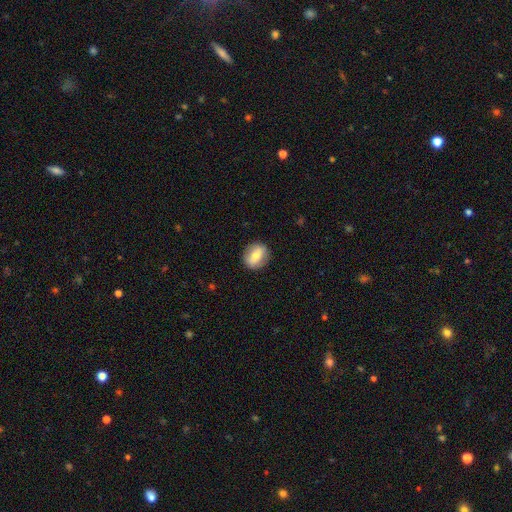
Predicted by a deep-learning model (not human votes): A smooth galaxy with no disk features (68%) that is round (57%).

Vote fractions:
- Smooth or featured? smooth: 68% / featured or disk: 24% / star or artifact: 7%
- How rounded? round: 57% / in between: 41% / cigar-shaped: 2%
- Merging? none: 88% / minor disturbance: 9% / major disturbance: 2% / merger: 1%